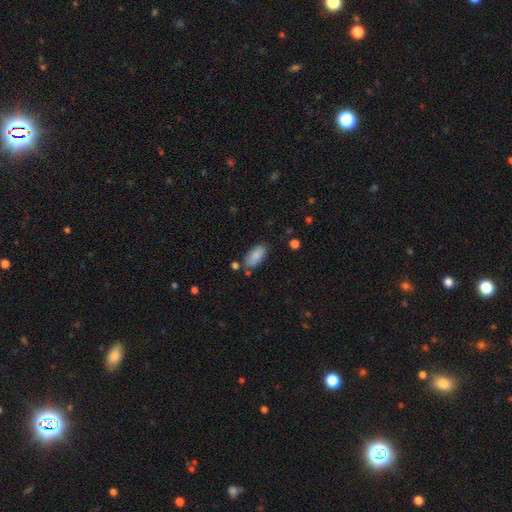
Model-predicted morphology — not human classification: type=smooth (88%); roundness=in between (90%); merging=none (78%).